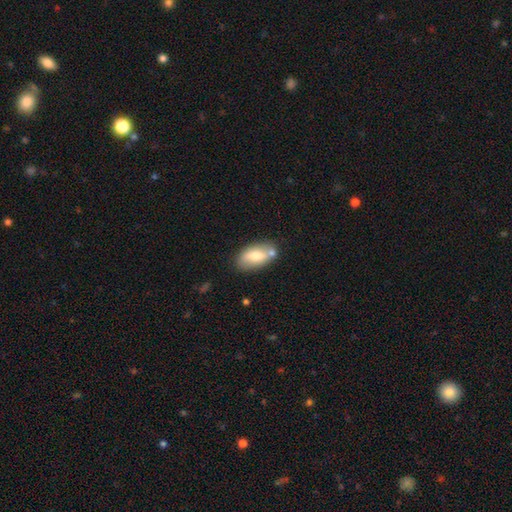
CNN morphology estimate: Q: Smooth or featured?
A: smooth (65%); runner-up: featured or disk (28%)
Q: How rounded?
A: in between (91%); runner-up: cigar-shaped (4%)
Q: Merging?
A: none (68%); runner-up: minor disturbance (15%)